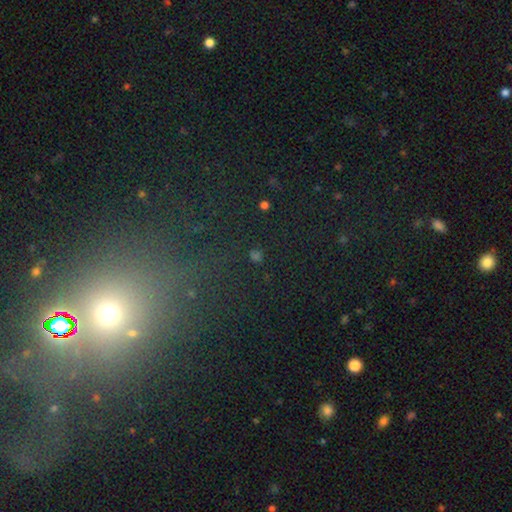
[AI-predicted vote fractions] Overall: star or artifact (56%; smooth 34%).